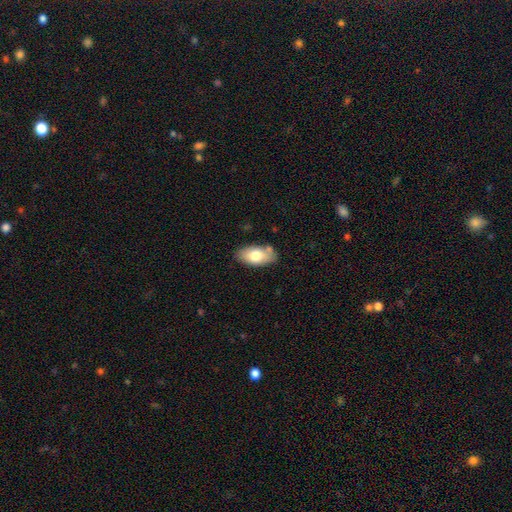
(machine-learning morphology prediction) A smooth galaxy with no disk features (74%) that is in between round and cigar-shaped (93%). Merging: none (76%).